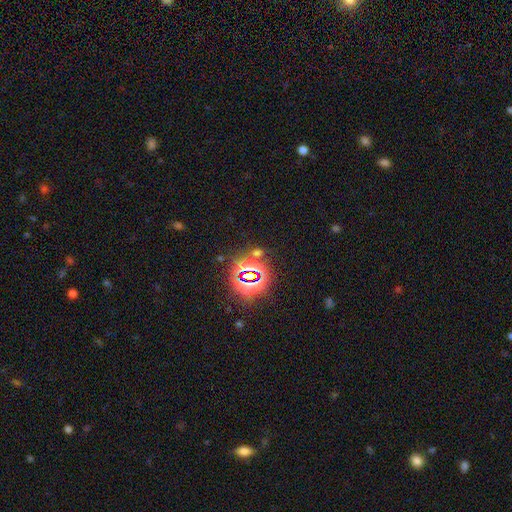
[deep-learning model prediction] smooth-or-featured: star or artifact: 78% | smooth: 14% | featured or disk: 8%